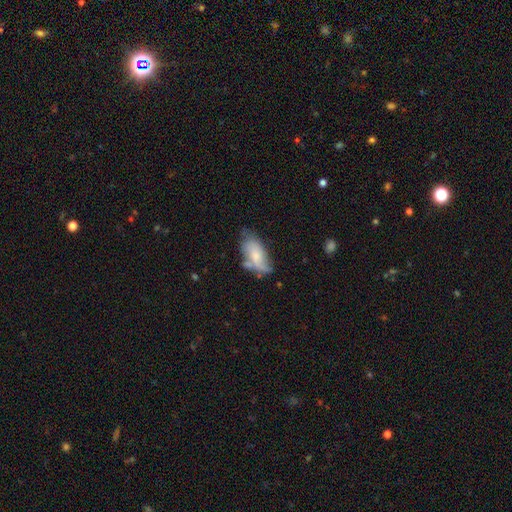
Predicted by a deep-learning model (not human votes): Smooth or featured? smooth (61%)
How rounded? in between (88%)
Merging? none (38%)